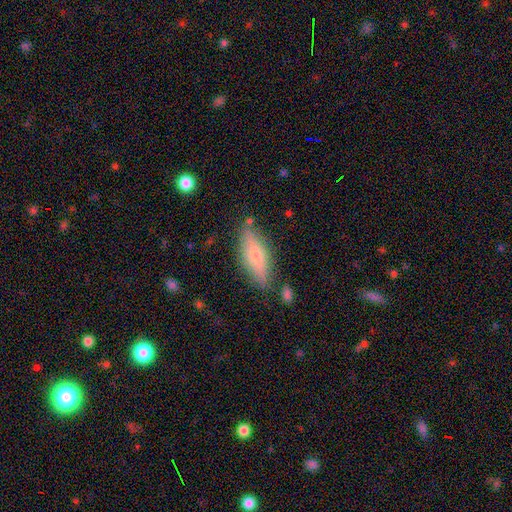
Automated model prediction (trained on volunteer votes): Smooth or featured? Predicted: smooth (p=0.56). How rounded? Predicted: cigar-shaped (p=0.49). Merging? Predicted: none (p=0.77).